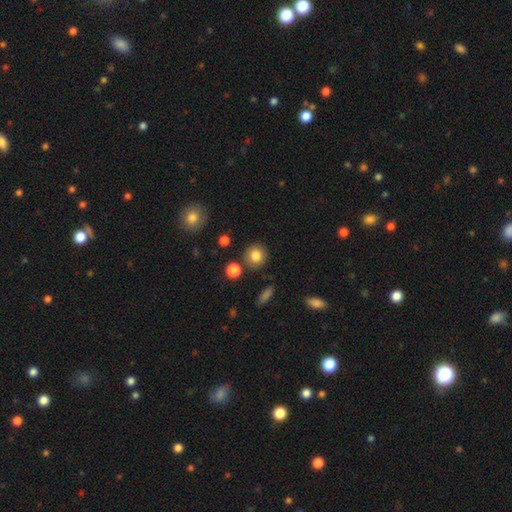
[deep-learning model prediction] smooth-or-featured: smooth: 83% | star or artifact: 10% | featured or disk: 8%
  how-rounded: round: 87% | in between: 12% | cigar-shaped: 1%
  merging: none: 84% | minor disturbance: 8% | merger: 5% | major disturbance: 3%